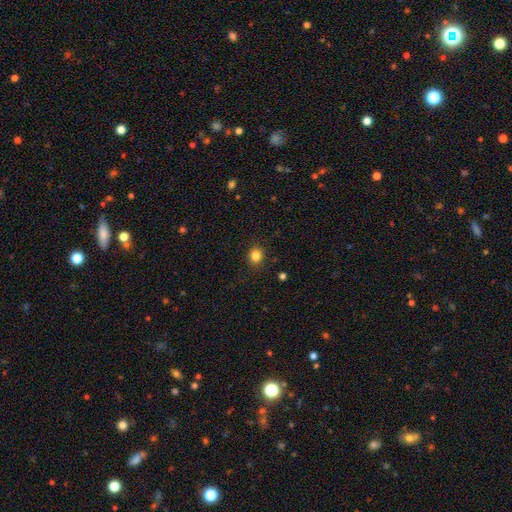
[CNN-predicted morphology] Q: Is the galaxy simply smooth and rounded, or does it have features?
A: smooth — 84%.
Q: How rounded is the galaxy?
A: round — 81%.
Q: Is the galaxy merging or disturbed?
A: none — 90%.